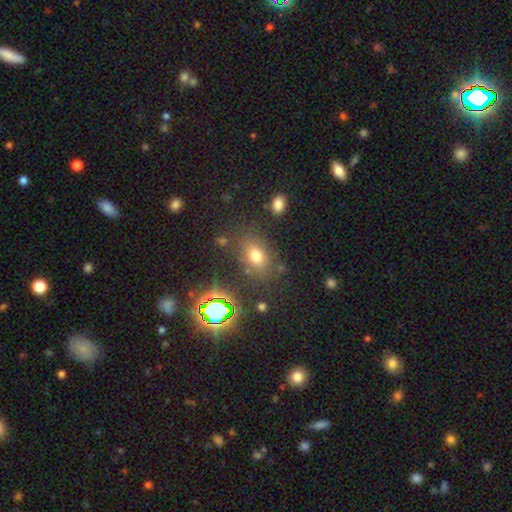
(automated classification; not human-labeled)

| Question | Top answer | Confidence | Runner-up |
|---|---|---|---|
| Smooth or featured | smooth | 68% | star or artifact (20%) |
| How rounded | in between | 73% | round (25%) |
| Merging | none | 76% | minor disturbance (13%) |